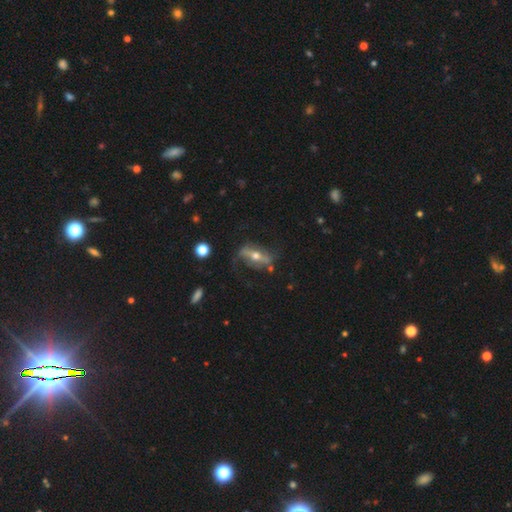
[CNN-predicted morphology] featured or disk 72%, smooth 20%, star or artifact 8%. Down the decision tree: edge-on disk — no (65%); merging — none (58%).